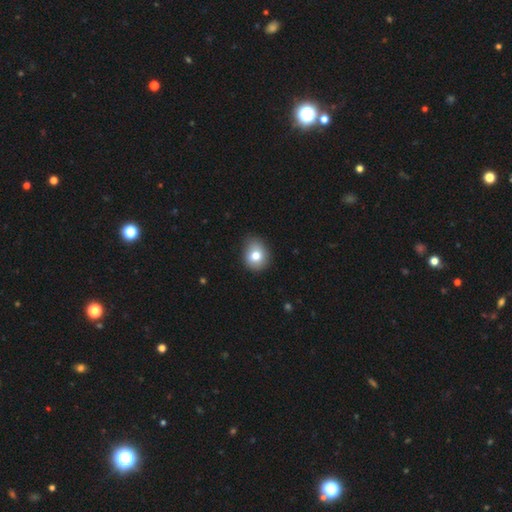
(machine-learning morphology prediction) Smooth or featured? smooth (78%)
How rounded? round (66%)
Merging? none (72%)